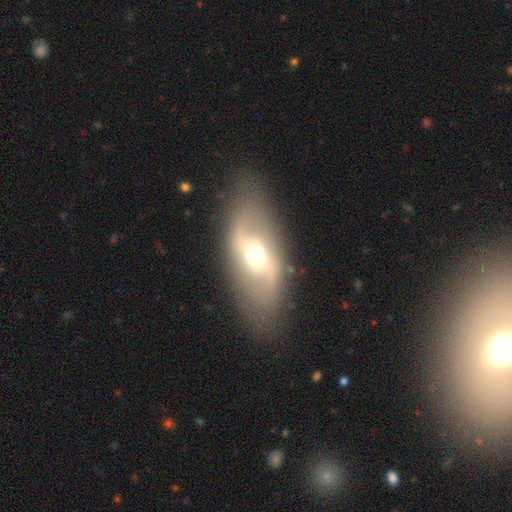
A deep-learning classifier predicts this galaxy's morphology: A featured or disk galaxy (68%) with a weak bar (44%), spiral arms (75%) and a moderate central bulge (63%). Merging: none (82%).